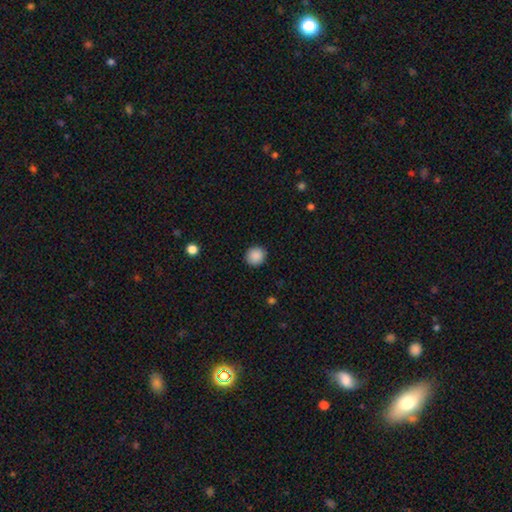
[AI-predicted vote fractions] Smooth or featured? smooth (89%)
How rounded? round (90%)
Merging? none (91%)